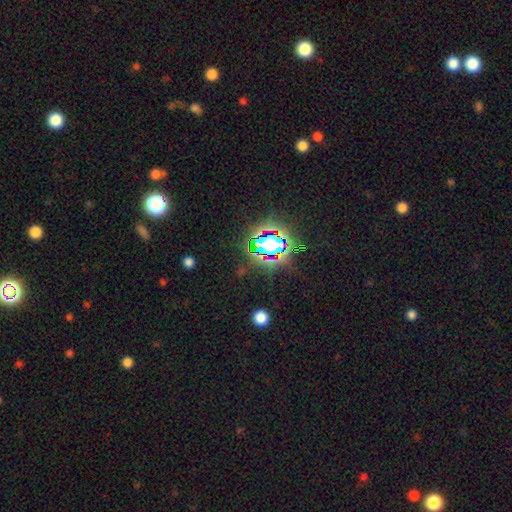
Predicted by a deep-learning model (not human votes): Smooth or featured: star or artifact — 76% (smooth — 15%)